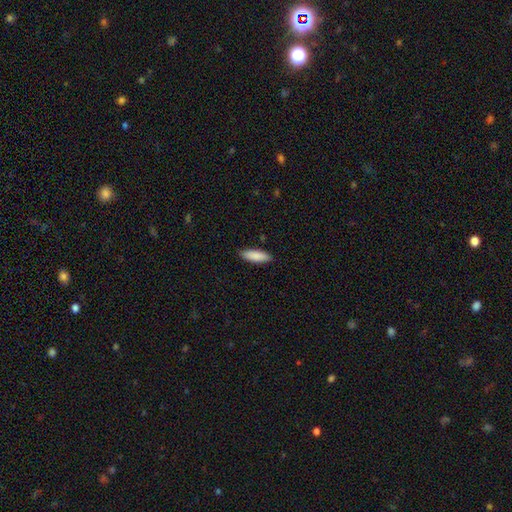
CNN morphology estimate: smooth-or-featured: smooth: 88% | featured or disk: 6% | star or artifact: 6%
  how-rounded: in between: 52% | cigar-shaped: 46% | round: 1%
  merging: none: 88% | minor disturbance: 9% | major disturbance: 2% | merger: 1%